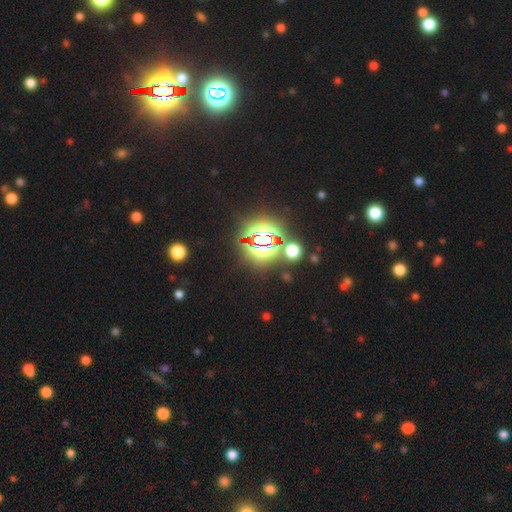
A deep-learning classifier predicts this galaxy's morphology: A star or artifact, not a galaxy (83%).

Vote fractions:
- Smooth or featured? star or artifact: 83% / smooth: 10% / featured or disk: 6%